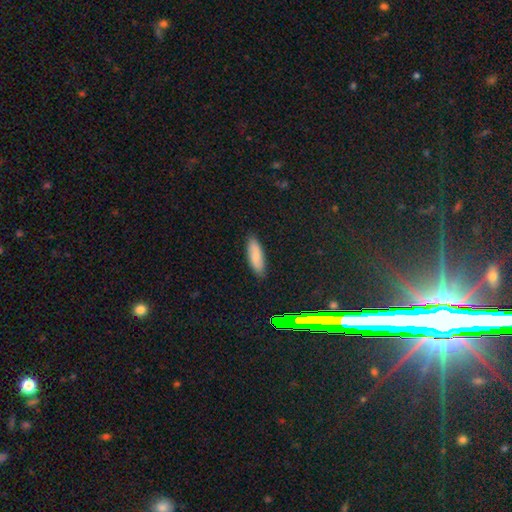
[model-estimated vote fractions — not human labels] smooth_or_featured: smooth (p=0.81) [alt: featured or disk p=0.11]
how_rounded: in between (p=0.51) [alt: cigar-shaped p=0.47]
merging: none (p=0.86) [alt: minor disturbance p=0.11]